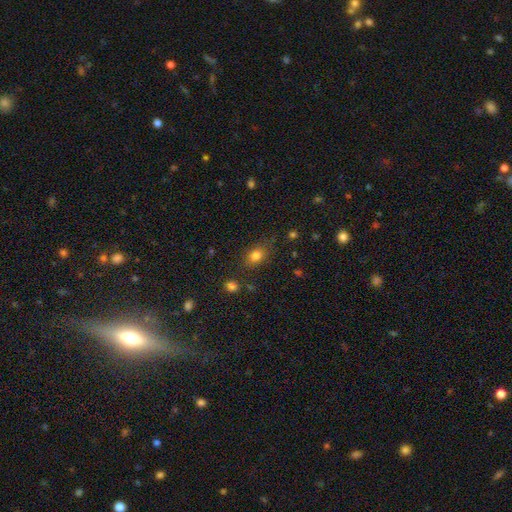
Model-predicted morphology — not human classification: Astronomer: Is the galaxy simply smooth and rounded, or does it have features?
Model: smooth — 80%.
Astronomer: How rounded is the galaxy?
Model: in between — 57% (runner-up: round, 42%).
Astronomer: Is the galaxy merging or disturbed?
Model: none — 76%.